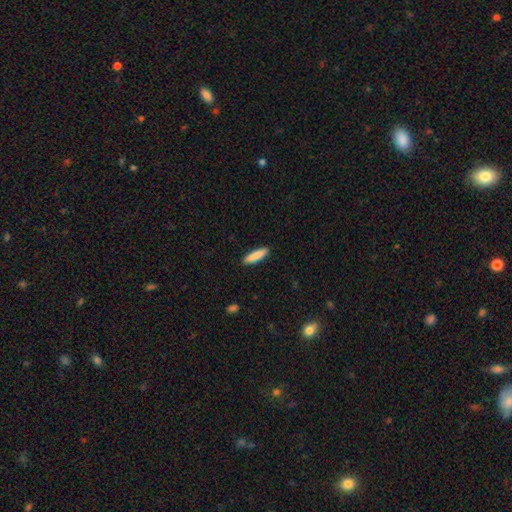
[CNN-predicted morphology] Smooth or featured? Predicted: smooth (p=0.86). How rounded? Predicted: cigar-shaped (p=0.76). Merging? Predicted: none (p=0.91).